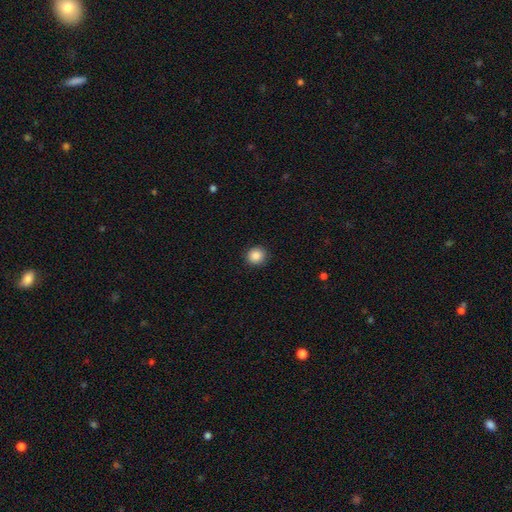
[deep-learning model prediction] A smooth galaxy with no disk features (88%) that is round (88%). Merging: none (91%).